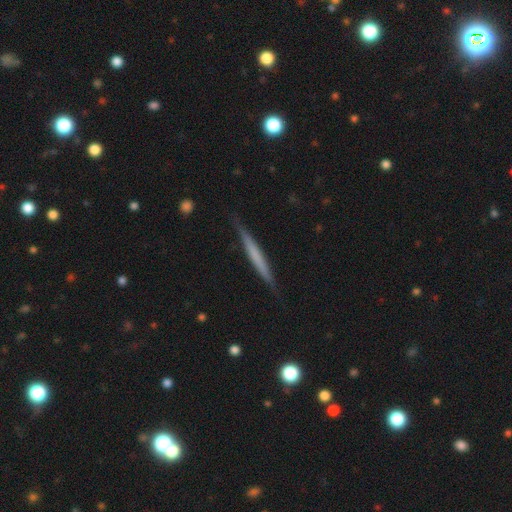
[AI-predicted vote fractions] A smooth galaxy with no disk features (49%).

Vote fractions:
- Smooth or featured? smooth: 49% / featured or disk: 46% / star or artifact: 6%
- Merging? none: 85% / minor disturbance: 11% / major disturbance: 2% / merger: 1%